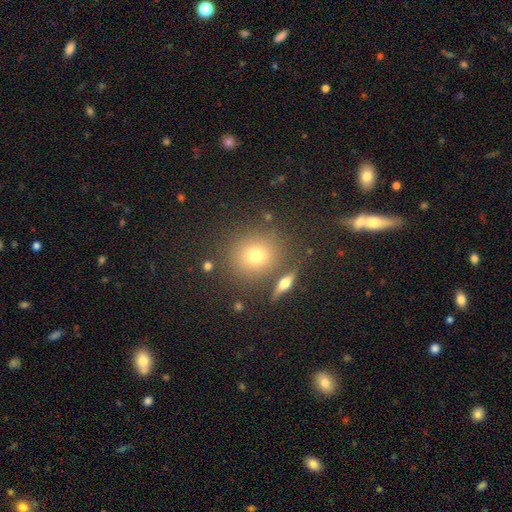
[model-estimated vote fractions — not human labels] smooth 70%, star or artifact 18%, featured or disk 13%. Down the decision tree: how rounded — round (84%); merging — none (79%).